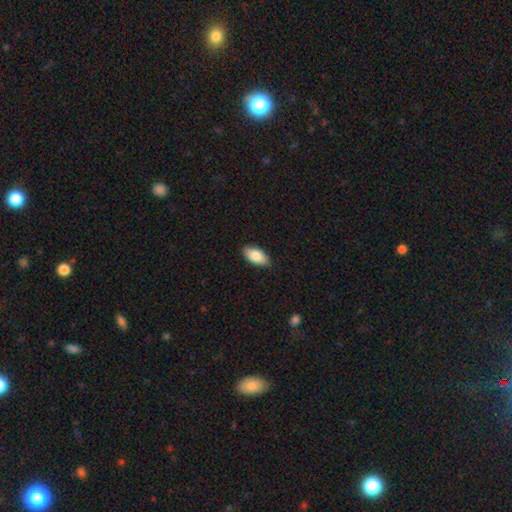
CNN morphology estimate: smooth_or_featured: smooth (p=0.82) [alt: featured or disk p=0.12]
how_rounded: in between (p=0.93) [alt: cigar-shaped p=0.04]
merging: none (p=0.87) [alt: minor disturbance p=0.10]